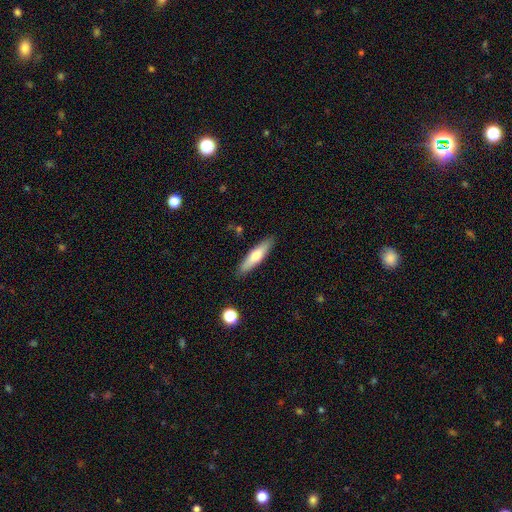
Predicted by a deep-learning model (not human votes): smooth 60%, featured or disk 34%, star or artifact 6%. Down the decision tree: how rounded — cigar-shaped (74%); merging — none (88%).